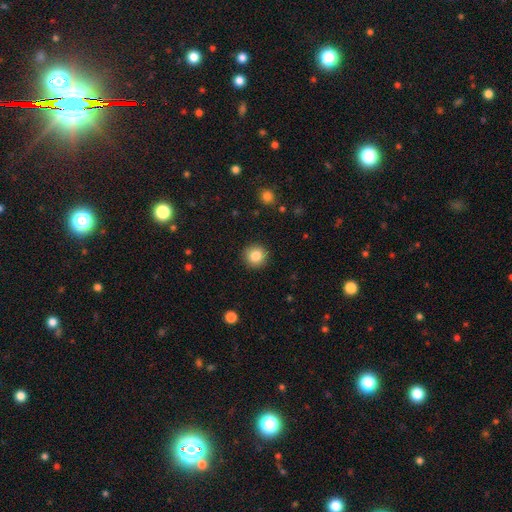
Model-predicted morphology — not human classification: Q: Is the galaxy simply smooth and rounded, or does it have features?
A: smooth — 84%.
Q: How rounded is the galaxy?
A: round — 93%.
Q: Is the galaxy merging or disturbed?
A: none — 91%.